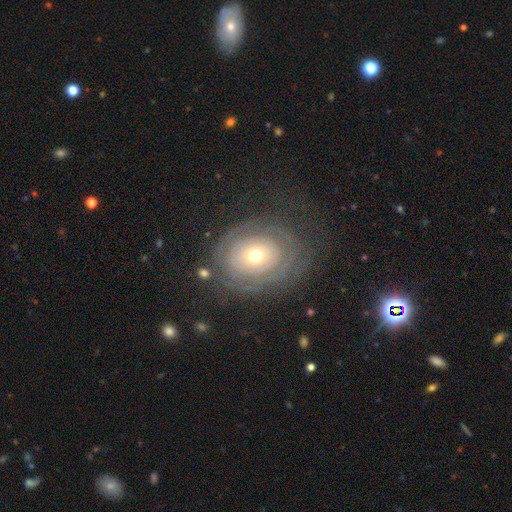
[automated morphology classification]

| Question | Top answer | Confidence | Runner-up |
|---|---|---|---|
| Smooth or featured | featured or disk | 69% | smooth (23%) |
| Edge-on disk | no | 95% | yes (5%) |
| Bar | no | 88% | weak (9%) |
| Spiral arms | yes | 64% | no (36%) |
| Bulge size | moderate | 55% | small (38%) |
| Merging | none | 70% | minor disturbance (16%) |